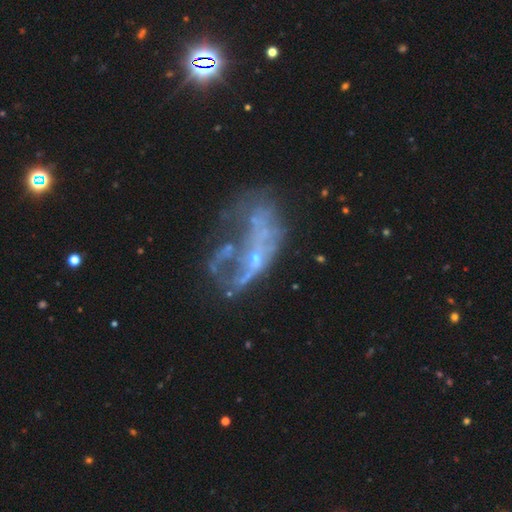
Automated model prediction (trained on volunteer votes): smooth-or-featured: featured or disk: 69% | star or artifact: 16% | smooth: 16%
  disk-edge-on: no: 94% | yes: 6%
    bar: no: 84% | weak: 12% | strong: 4%
    has-spiral-arms: no: 80% | yes: 20%
    bulge-size: small: 44% | none: 37% | moderate: 16% | large: 2% | dominant: 1%
  merging: major disturbance: 44% | none: 24% | merger: 18% | minor disturbance: 14%